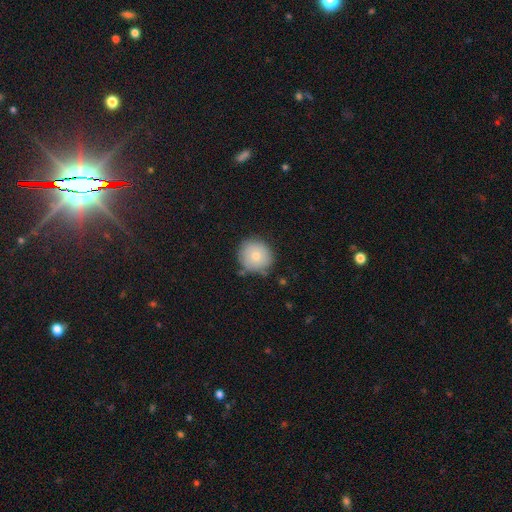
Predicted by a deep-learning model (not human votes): Smooth or featured? Predicted: smooth (p=0.75). How rounded? Predicted: round (p=0.92). Merging? Predicted: none (p=0.79).